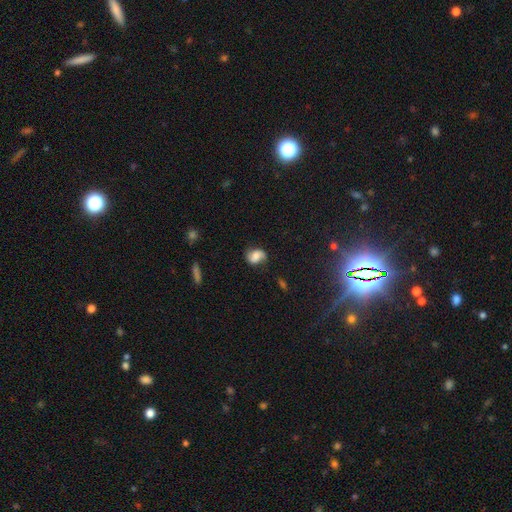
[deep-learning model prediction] This appears to be a smooth galaxy with no disk features (48%). Merging: none (69%).